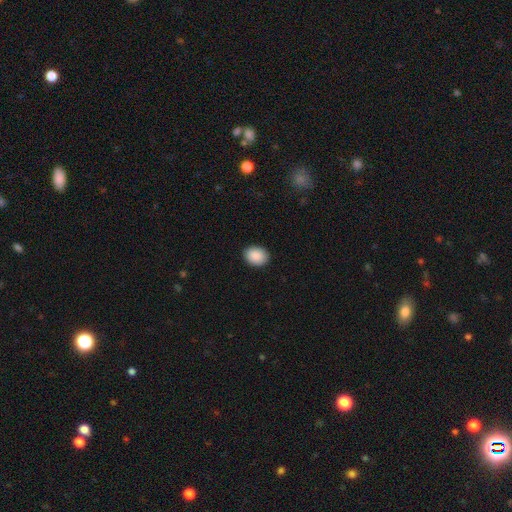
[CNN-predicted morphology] Q: Smooth or featured?
A: smooth (90%); runner-up: star or artifact (7%)
Q: How rounded?
A: in between (61%); runner-up: round (38%)
Q: Merging?
A: none (90%); runner-up: minor disturbance (7%)